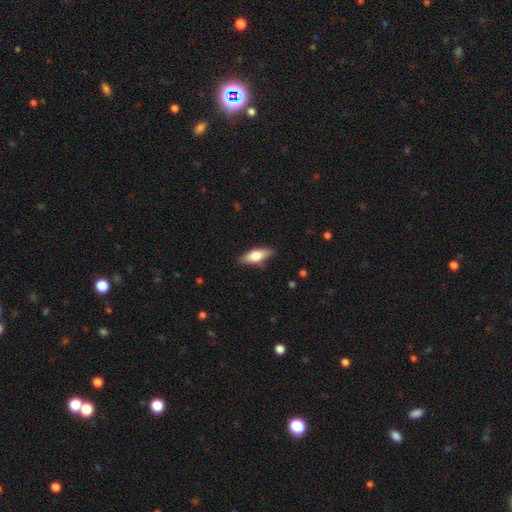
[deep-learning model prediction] A smooth galaxy with no disk features (62%) that is in between round and cigar-shaped (71%). Merging: none (84%).